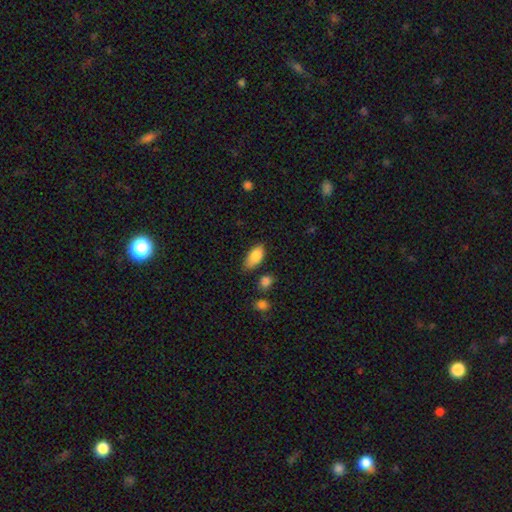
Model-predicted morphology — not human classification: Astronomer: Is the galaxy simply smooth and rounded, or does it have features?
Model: smooth — 85%.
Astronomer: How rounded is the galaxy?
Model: in between — 91%.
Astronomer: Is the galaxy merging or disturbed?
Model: none — 64%.